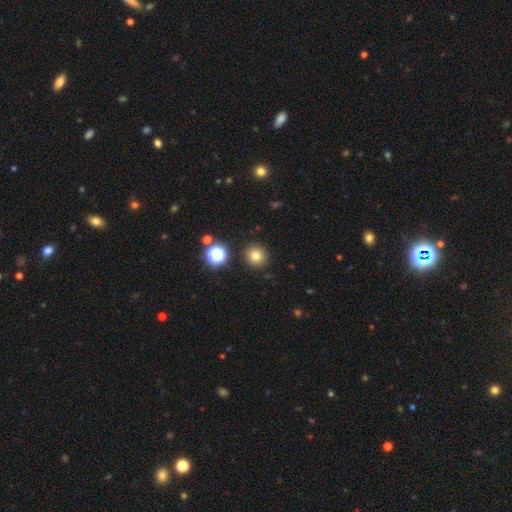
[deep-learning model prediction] Smooth or featured? smooth (78%)
How rounded? round (93%)
Merging? none (90%)